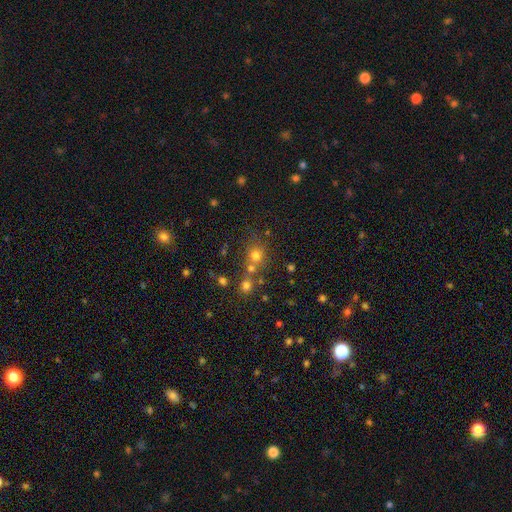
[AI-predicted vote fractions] Smooth or featured? smooth (64%)
How rounded? round (81%)
Merging? none (55%)